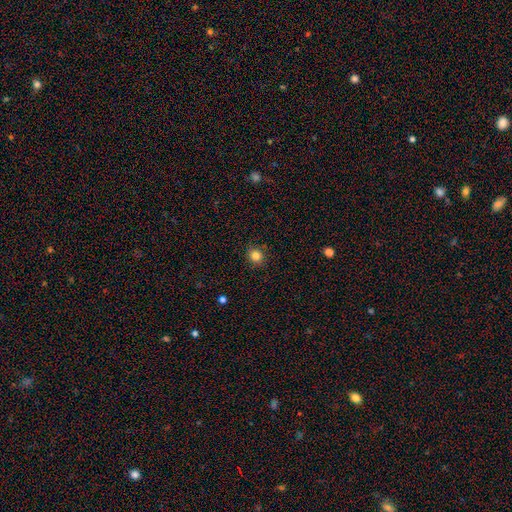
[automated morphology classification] Smooth or featured: smooth — 83% (star or artifact — 12%)
How rounded: round — 81% (in between — 18%)
Merging: none — 87% (minor disturbance — 9%)